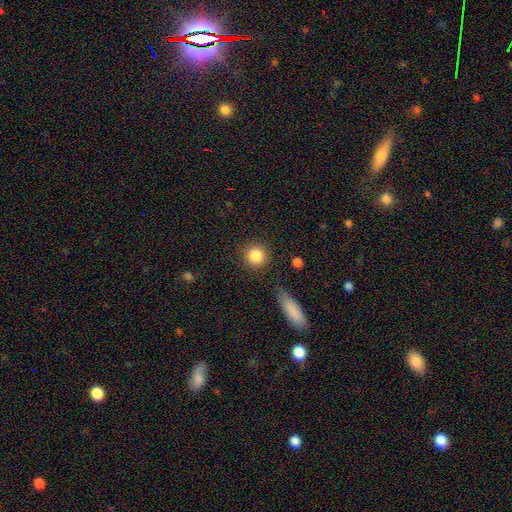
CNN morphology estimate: A smooth galaxy with no disk features (85%) that is round (91%). Merging: none (87%).